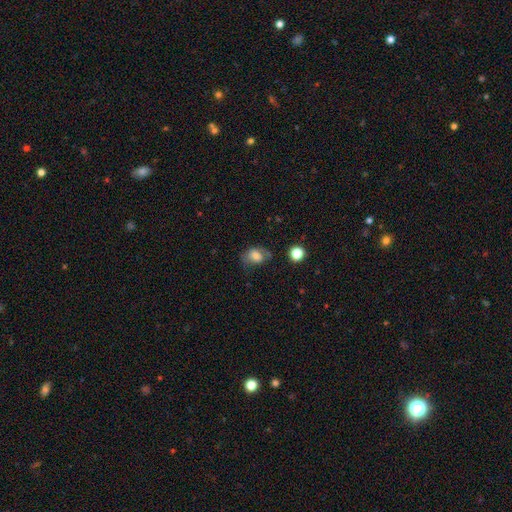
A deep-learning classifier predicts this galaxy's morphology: smooth-or-featured: smooth: 66% | featured or disk: 23% | star or artifact: 11%
  how-rounded: in between: 72% | round: 27% | cigar-shaped: 1%
  merging: none: 53% | minor disturbance: 28% | major disturbance: 15% | merger: 4%